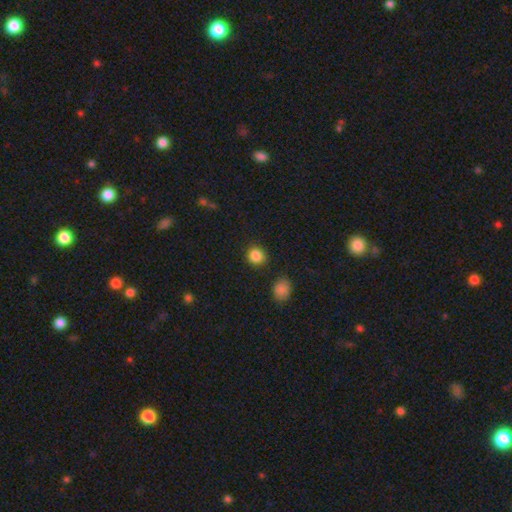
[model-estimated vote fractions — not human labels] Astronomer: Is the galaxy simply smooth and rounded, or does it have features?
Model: smooth — 86%.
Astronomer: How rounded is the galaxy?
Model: round — 86%.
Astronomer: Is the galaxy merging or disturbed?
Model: none — 84%.